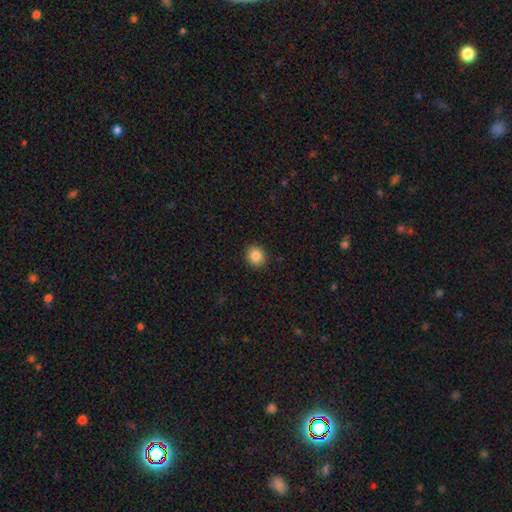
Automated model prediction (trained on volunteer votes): smooth_or_featured: smooth (p=0.86) [alt: star or artifact p=0.09]
how_rounded: round (p=0.80) [alt: in between p=0.20]
merging: none (p=0.91) [alt: minor disturbance p=0.06]